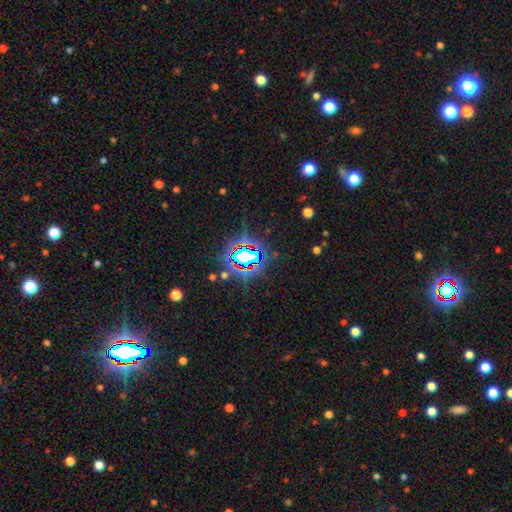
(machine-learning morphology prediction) Smooth or featured? Predicted: star or artifact (p=0.76).